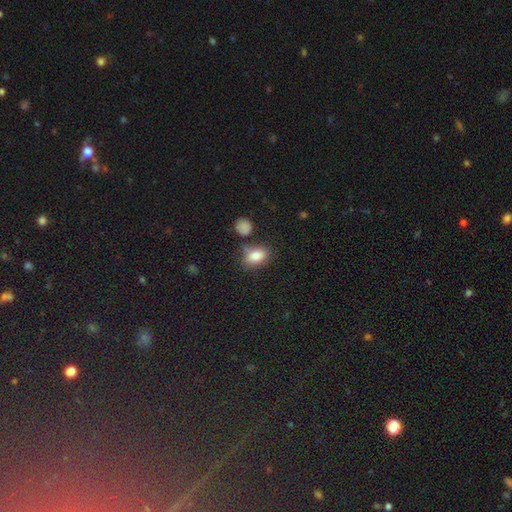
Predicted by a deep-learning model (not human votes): The model was most divided on "merging": none: 67%, minor disturbance: 17%, merger: 11%, major disturbance: 5%. More confident: smooth or featured — smooth (82%); how rounded — in between (80%).